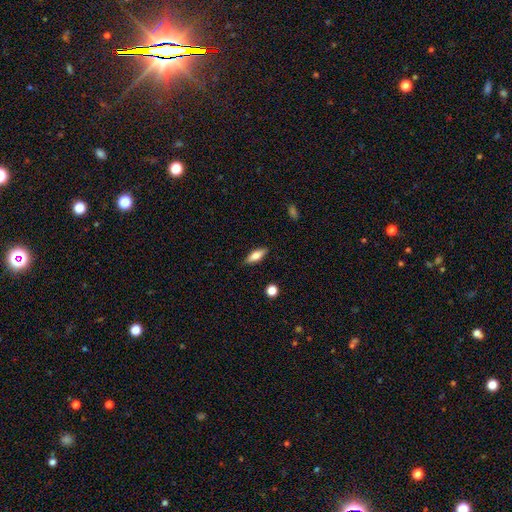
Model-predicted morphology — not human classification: A smooth galaxy with no disk features (75%) that is in between round and cigar-shaped (68%).

Vote fractions:
- Smooth or featured? smooth: 75% / featured or disk: 18% / star or artifact: 7%
- How rounded? in between: 68% / cigar-shaped: 29% / round: 3%
- Merging? none: 86% / minor disturbance: 10% / major disturbance: 2% / merger: 1%